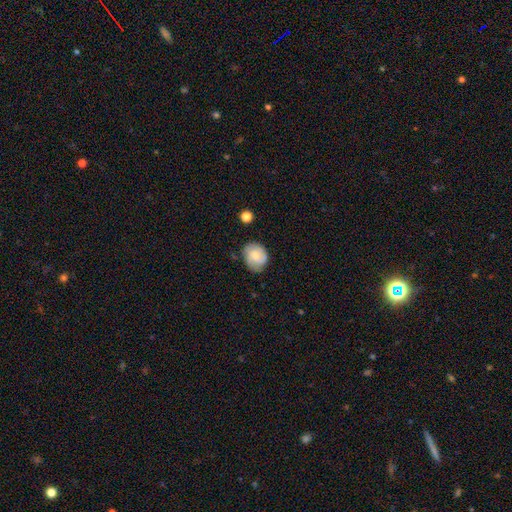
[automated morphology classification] smooth-or-featured: smooth: 49% | featured or disk: 43% | star or artifact: 8%
  merging: none: 72% | minor disturbance: 21% | major disturbance: 5% | merger: 2%